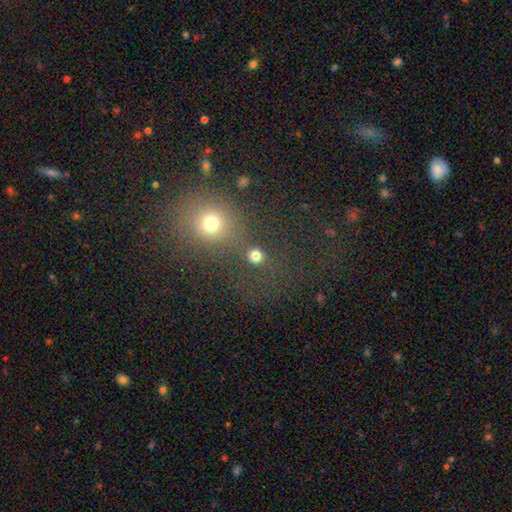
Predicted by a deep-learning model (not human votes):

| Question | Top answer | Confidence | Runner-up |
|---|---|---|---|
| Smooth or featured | smooth | 77% | star or artifact (18%) |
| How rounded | round | 89% | in between (9%) |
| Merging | none | 70% | merger (18%) |